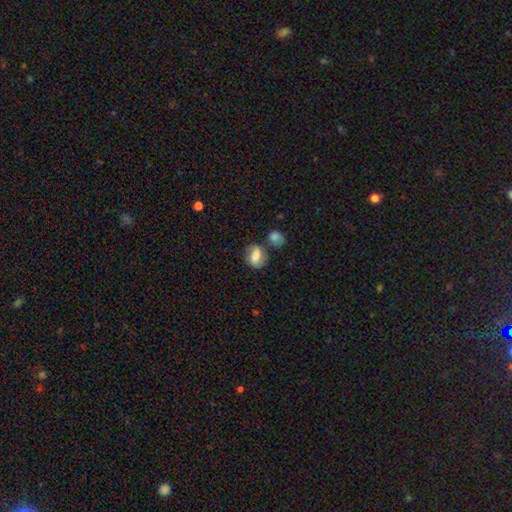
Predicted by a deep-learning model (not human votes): Q: Smooth or featured?
A: smooth (59%); runner-up: featured or disk (32%)
Q: How rounded?
A: in between (62%); runner-up: round (35%)
Q: Merging?
A: none (56%); runner-up: minor disturbance (20%)